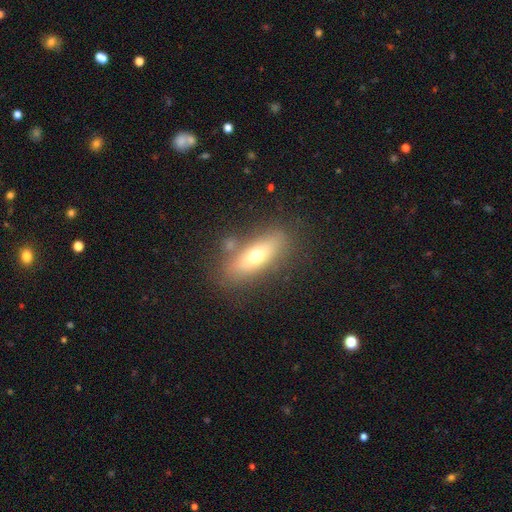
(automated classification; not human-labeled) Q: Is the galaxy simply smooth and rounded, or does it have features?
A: smooth — 58%.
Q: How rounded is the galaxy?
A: in between — 54%.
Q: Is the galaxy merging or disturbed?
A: none — 77%.